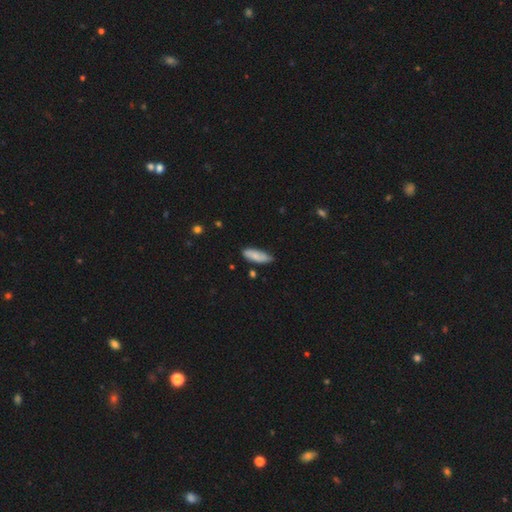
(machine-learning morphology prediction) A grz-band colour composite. It shows a smooth galaxy with no disk features (79%) that is in between round and cigar-shaped (64%). Merging: none (72%).